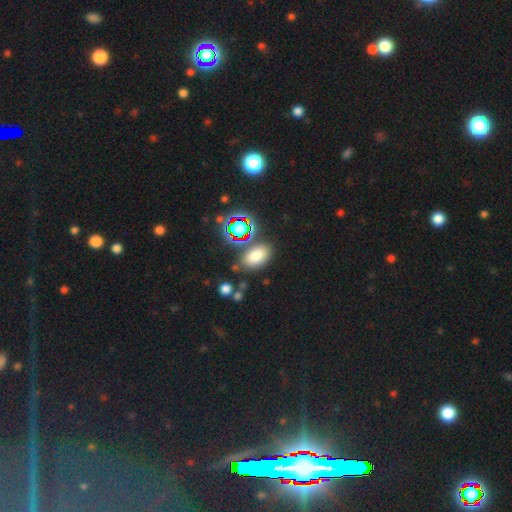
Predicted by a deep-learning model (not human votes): Smooth or featured?
  - smooth: 69% *
  - star or artifact: 21%
  - featured or disk: 10%
How rounded?
  - in between: 85% *
  - round: 13%
  - cigar-shaped: 2%
Merging?
  - none: 75% *
  - minor disturbance: 13%
  - merger: 8%
  - major disturbance: 4%